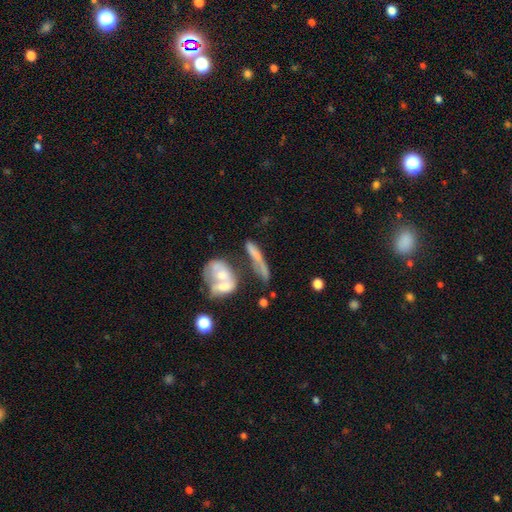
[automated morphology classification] A smooth galaxy with no disk features (46%).

Vote fractions:
- Smooth or featured? smooth: 46% / featured or disk: 42% / star or artifact: 12%
- Merging? merger: 43% / none: 25% / major disturbance: 18% / minor disturbance: 14%